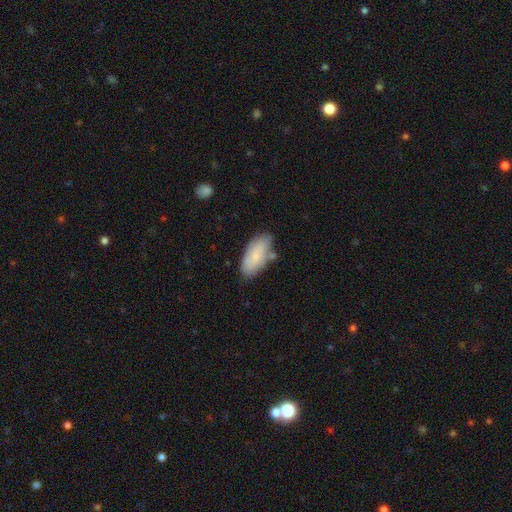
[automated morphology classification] smooth-or-featured: smooth: 75% | featured or disk: 19% | star or artifact: 6%
  how-rounded: in between: 90% | cigar-shaped: 8% | round: 2%
  merging: none: 68% | minor disturbance: 20% | merger: 8% | major disturbance: 4%